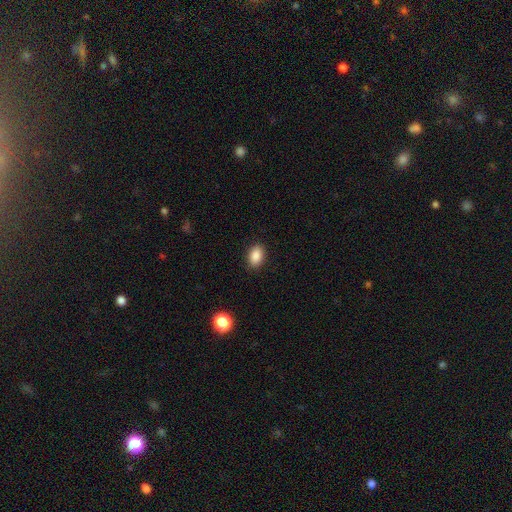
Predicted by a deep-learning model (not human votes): Smooth or featured: smooth — 88% (star or artifact — 8%)
How rounded: in between — 88% (round — 11%)
Merging: none — 89% (minor disturbance — 8%)